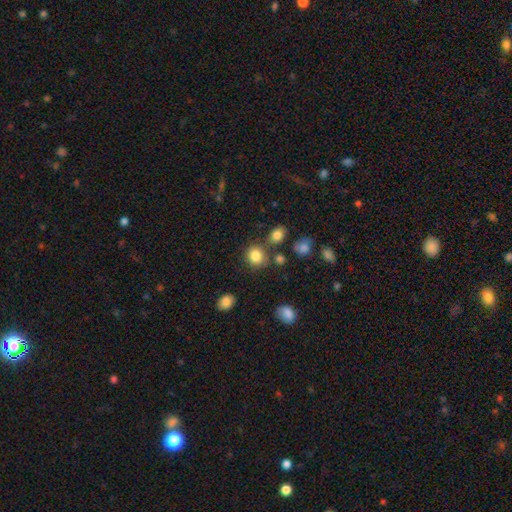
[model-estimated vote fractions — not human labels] This is clearly a smooth galaxy (83%). How rounded: likely round (79%). Merging: likely none (73%).